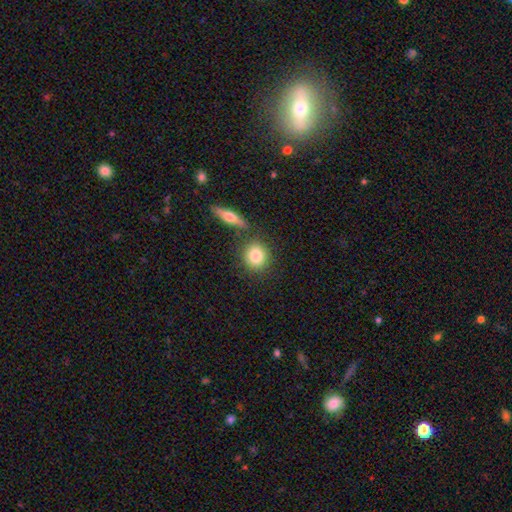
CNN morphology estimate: Overall: smooth (83%). How rounded: round (80%). Merging: none (74%).